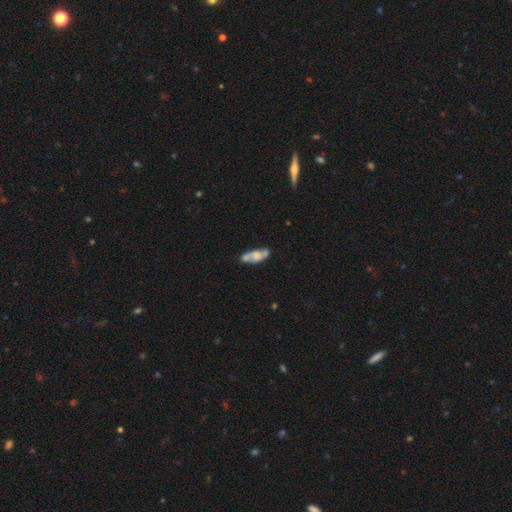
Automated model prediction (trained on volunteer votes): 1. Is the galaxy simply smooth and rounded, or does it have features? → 51% featured or disk, 41% smooth, 8% star or artifact.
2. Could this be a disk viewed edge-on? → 84% no, 16% yes.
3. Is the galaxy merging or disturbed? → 52% none, 20% minor disturbance, 19% merger, 9% major disturbance.